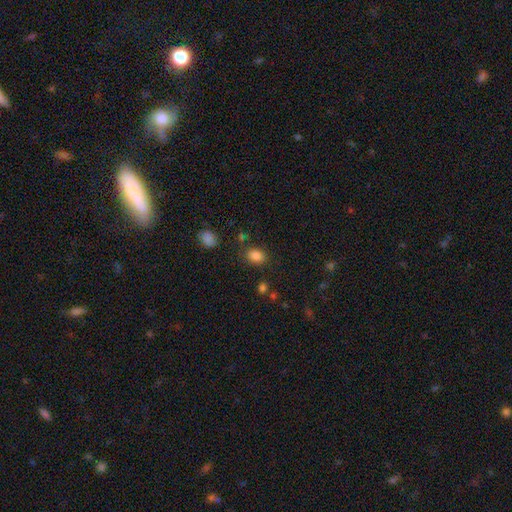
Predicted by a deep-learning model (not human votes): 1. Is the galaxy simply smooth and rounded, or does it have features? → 84% smooth, 11% star or artifact, 5% featured or disk.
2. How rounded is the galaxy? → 72% in between, 27% round, 1% cigar-shaped.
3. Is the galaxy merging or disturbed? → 79% none, 13% minor disturbance, 4% major disturbance, 4% merger.